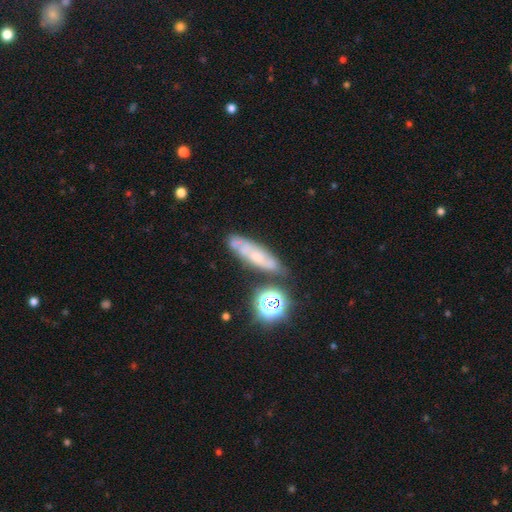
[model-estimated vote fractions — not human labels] Morphology: type=featured or disk (50%); edge-on=no (67%); merging=none (64%).